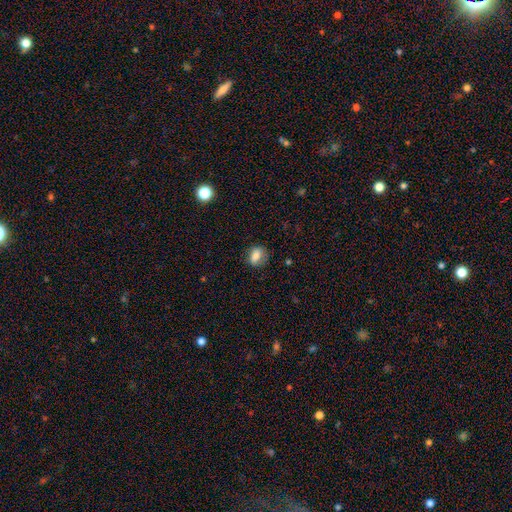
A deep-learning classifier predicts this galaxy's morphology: smooth 76%, featured or disk 14%, star or artifact 9%. Down the decision tree: how rounded — in between (61%); merging — none (74%).